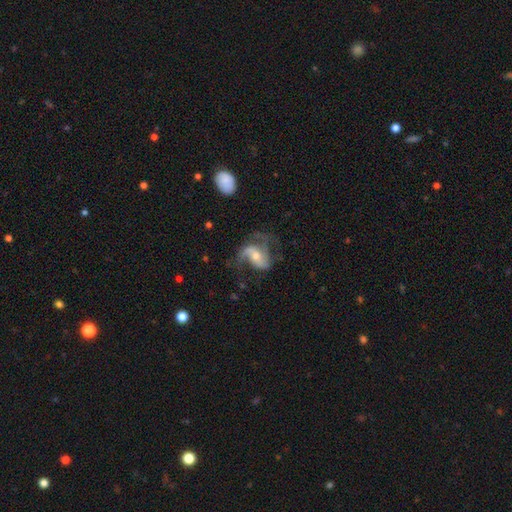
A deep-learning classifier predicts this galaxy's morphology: Smooth or featured? Predicted: featured or disk (p=0.81). Edge-on disk? Predicted: no (p=0.97). Bar? Predicted: no (p=0.47). Spiral arms? Predicted: yes (p=0.93). Spiral winding? Predicted: loose (p=0.47). Spiral arm count? Predicted: 2 (p=0.72). Bulge size? Predicted: moderate (p=0.55). Merging? Predicted: none (p=0.47).